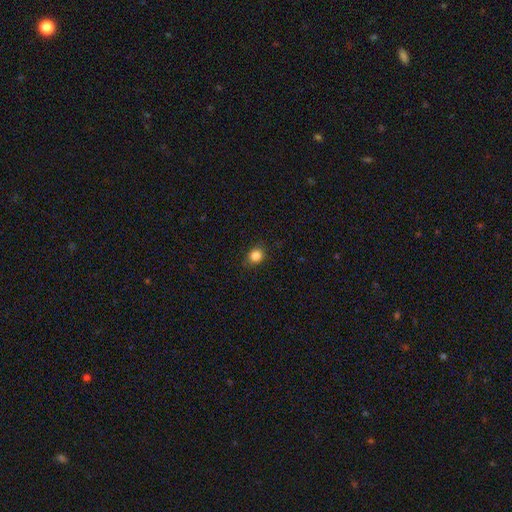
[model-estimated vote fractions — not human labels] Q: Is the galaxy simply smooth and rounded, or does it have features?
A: smooth — 84%.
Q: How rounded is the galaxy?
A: round — 71%.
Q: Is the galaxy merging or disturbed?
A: none — 87%.